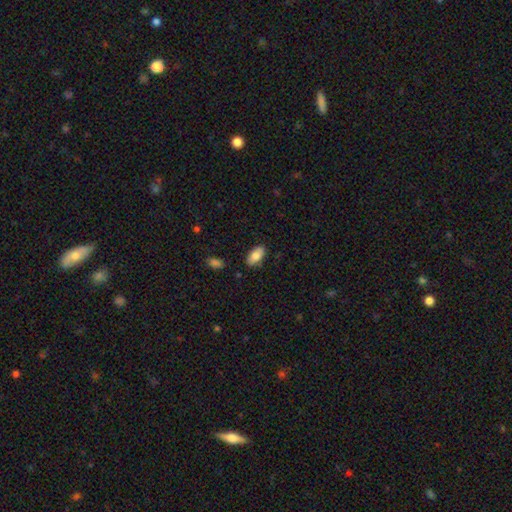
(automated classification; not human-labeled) smooth 81%, featured or disk 13%, star or artifact 7%. Down the decision tree: how rounded — in between (92%); merging — none (84%).